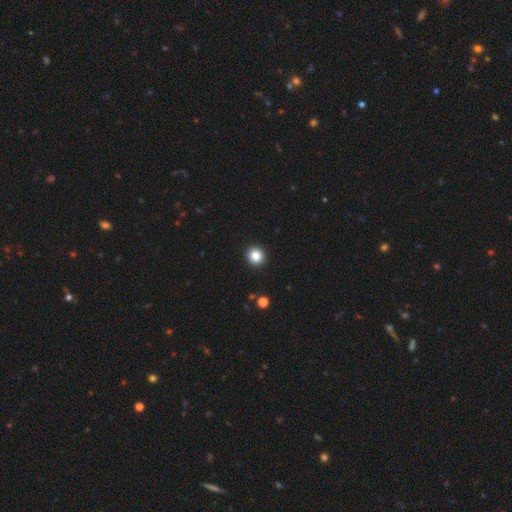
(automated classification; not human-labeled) Overall: smooth (85%). How rounded: round (91%). Merging: none (93%).